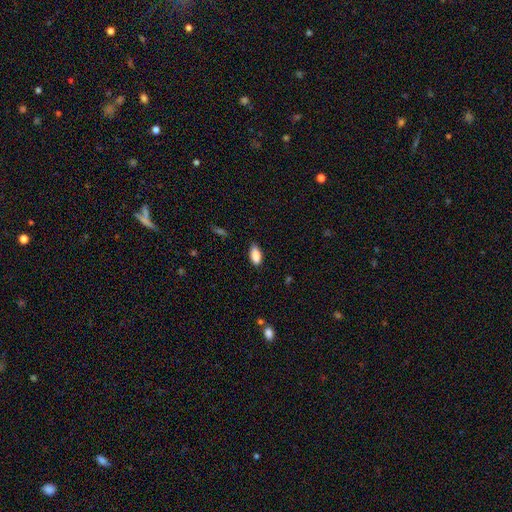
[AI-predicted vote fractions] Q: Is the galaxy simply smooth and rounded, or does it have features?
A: smooth — 88%.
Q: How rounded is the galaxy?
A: in between — 90%.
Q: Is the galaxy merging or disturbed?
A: none — 82%.